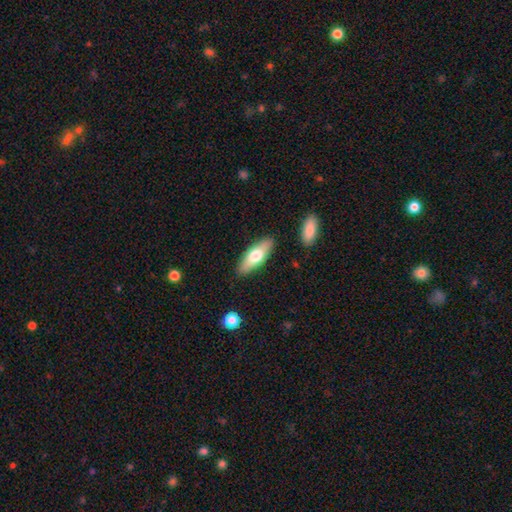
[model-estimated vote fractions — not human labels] Smooth or featured? Predicted: smooth (p=0.64). How rounded? Predicted: in between (p=0.63). Merging? Predicted: none (p=0.87).